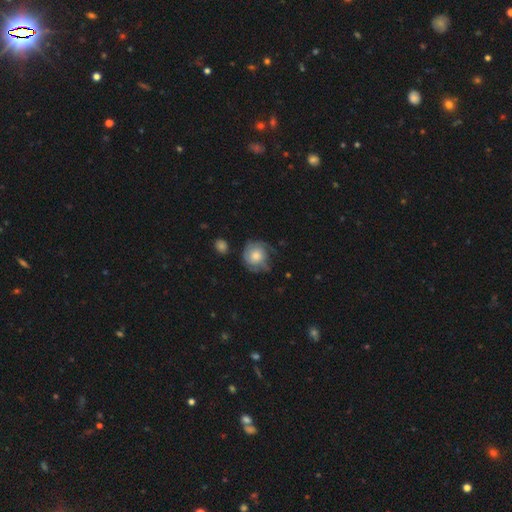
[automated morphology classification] Smooth or featured: smooth — 49% (featured or disk — 44%)
Merging: none — 61% (minor disturbance — 25%)